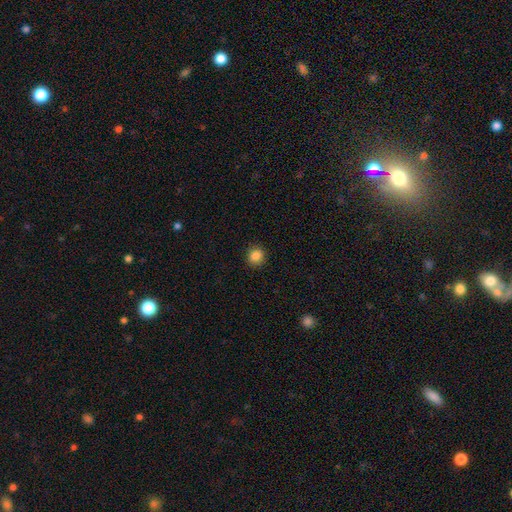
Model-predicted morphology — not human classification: Smooth or featured? Predicted: smooth (p=0.85). How rounded? Predicted: round (p=0.87). Merging? Predicted: none (p=0.91).